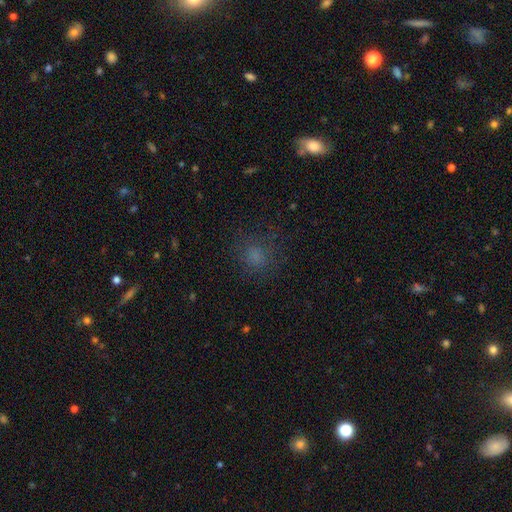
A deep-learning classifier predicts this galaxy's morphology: A smooth galaxy with no disk features (72%) that is round (82%). Merging: none (77%).